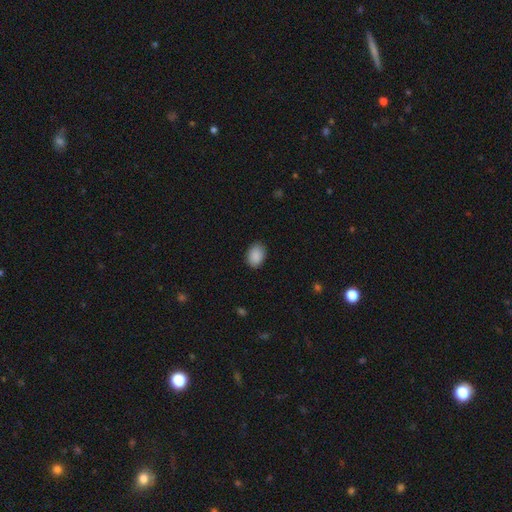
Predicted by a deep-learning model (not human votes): Smooth or featured?
  - smooth: 89% *
  - star or artifact: 7%
  - featured or disk: 3%
How rounded?
  - in between: 76% *
  - round: 23%
  - cigar-shaped: 1%
Merging?
  - none: 86% *
  - minor disturbance: 11%
  - major disturbance: 2%
  - merger: 1%